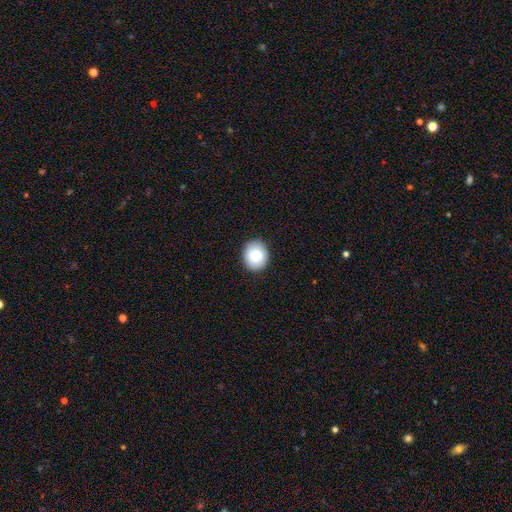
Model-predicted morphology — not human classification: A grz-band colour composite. It shows a smooth galaxy with no disk features (84%) that is round (68%). Merging: none (90%).